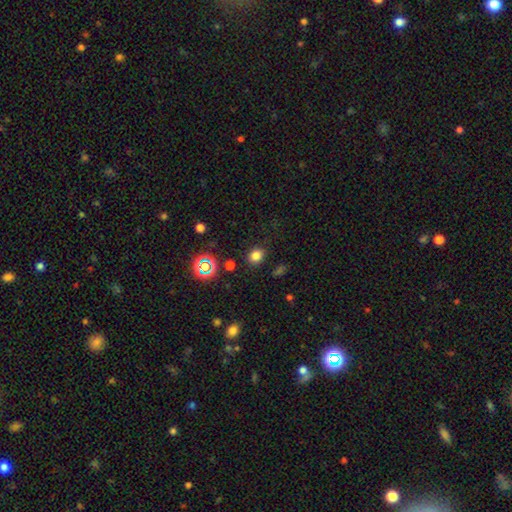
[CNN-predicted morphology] Overall: smooth (77%). How rounded: round (64%; in between 35%). Merging: none (85%).